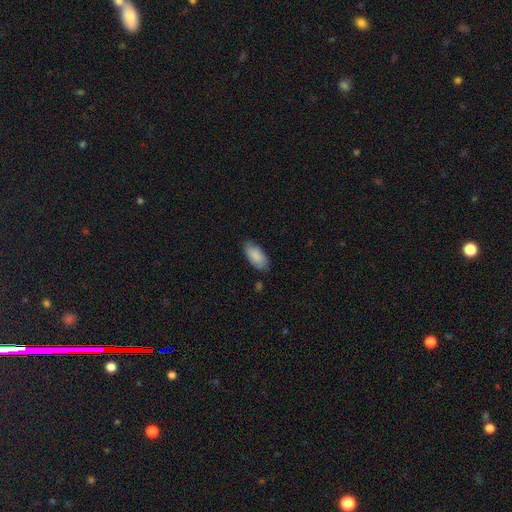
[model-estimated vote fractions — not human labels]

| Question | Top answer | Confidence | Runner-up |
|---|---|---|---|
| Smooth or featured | smooth | 88% | featured or disk (6%) |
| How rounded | in between | 91% | cigar-shaped (8%) |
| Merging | none | 79% | minor disturbance (17%) |